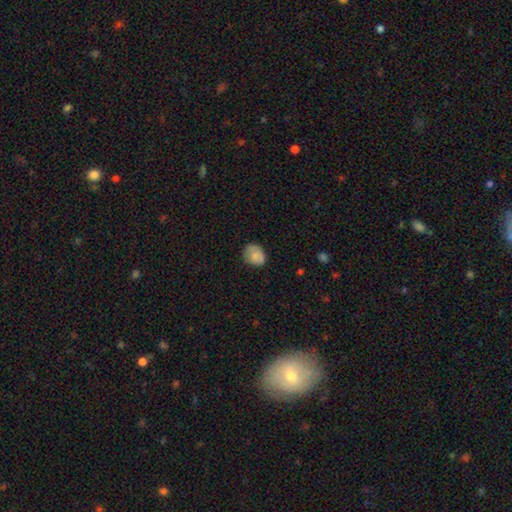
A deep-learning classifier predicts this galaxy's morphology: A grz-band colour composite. It shows a smooth galaxy with no disk features (79%) that is round (51%). Merging: none (65%).